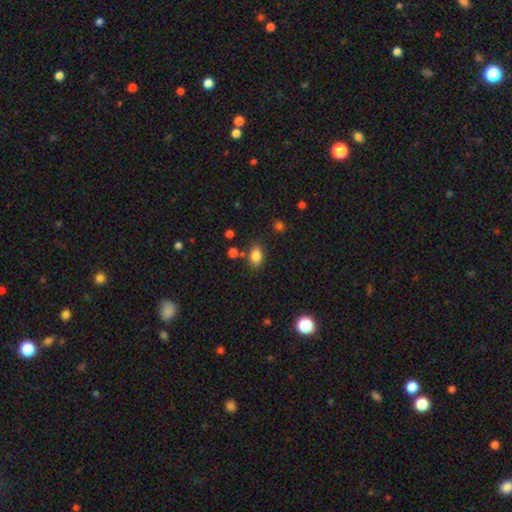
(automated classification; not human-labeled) Overall: smooth (83%). How rounded: in between (82%). Merging: none (76%).